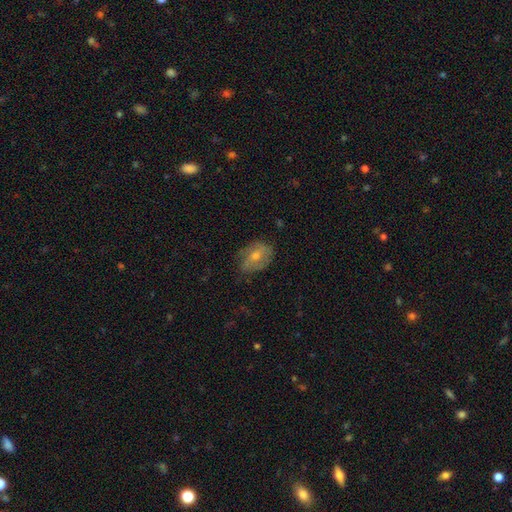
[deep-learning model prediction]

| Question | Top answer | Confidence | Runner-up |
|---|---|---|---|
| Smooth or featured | featured or disk | 46% | smooth (42%) |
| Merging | none | 67% | minor disturbance (25%) |